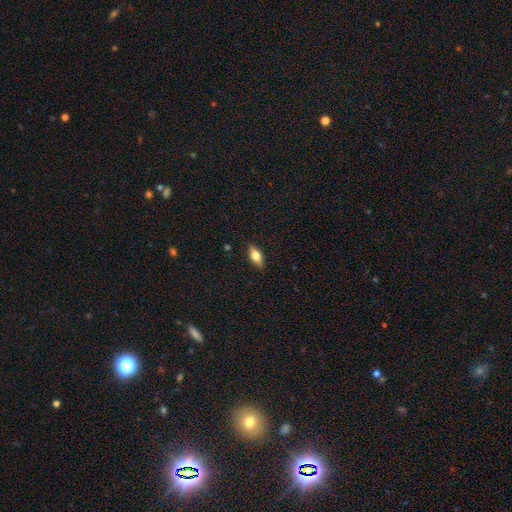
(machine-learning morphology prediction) Smooth or featured? smooth (63%)
How rounded? in between (76%)
Merging? none (87%)